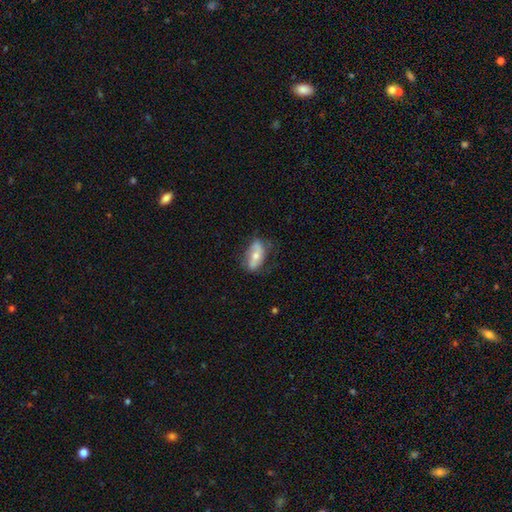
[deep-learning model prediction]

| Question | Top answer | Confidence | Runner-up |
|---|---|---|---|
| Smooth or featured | smooth | 49% | featured or disk (44%) |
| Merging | none | 66% | minor disturbance (24%) |